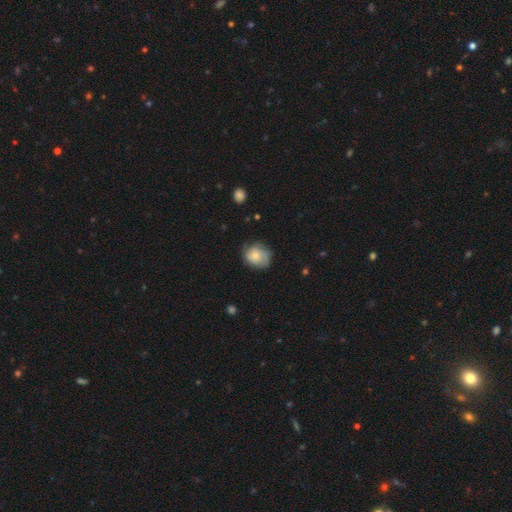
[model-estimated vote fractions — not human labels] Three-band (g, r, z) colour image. It shows a smooth galaxy with no disk features (66%) that is round (73%). Merging: none (63%).